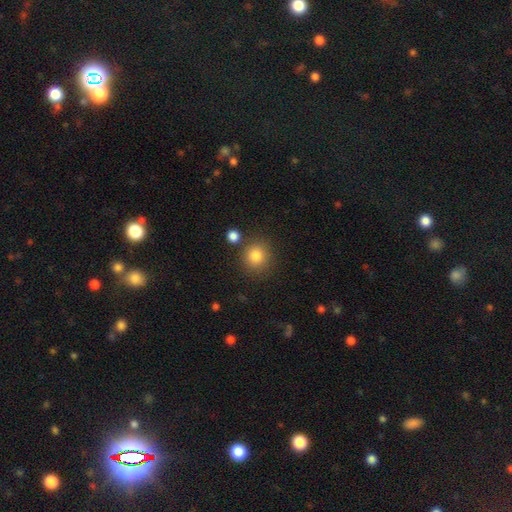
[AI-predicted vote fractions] This is clearly a smooth galaxy (83%). How rounded: clearly round (85%). Merging: likely none (80%).